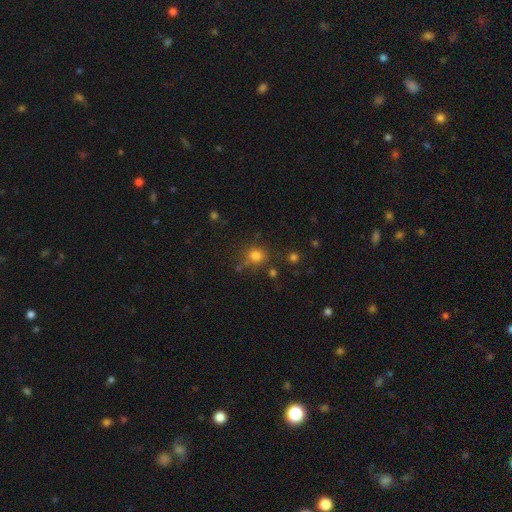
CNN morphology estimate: Smooth or featured? smooth (78%)
How rounded? round (87%)
Merging? none (73%)